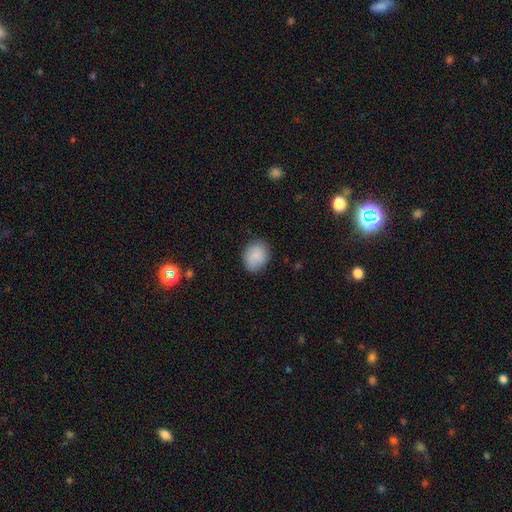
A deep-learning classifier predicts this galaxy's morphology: smooth_or_featured: smooth (p=0.86) [alt: star or artifact p=0.08]
how_rounded: round (p=0.55) [alt: in between p=0.44]
merging: none (p=0.82) [alt: minor disturbance p=0.14]